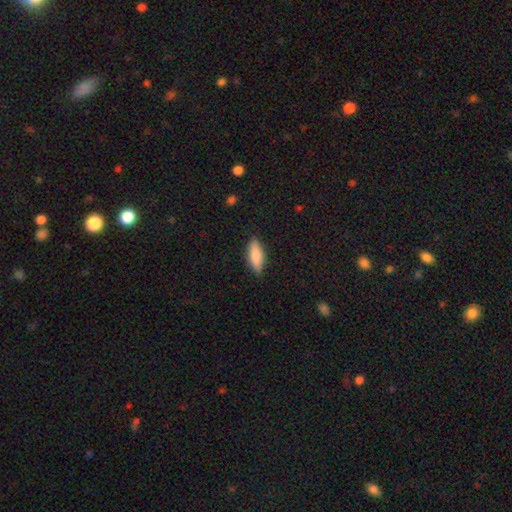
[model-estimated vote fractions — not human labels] Morphology: type=smooth (82%); roundness=in between (62%); merging=none (85%).